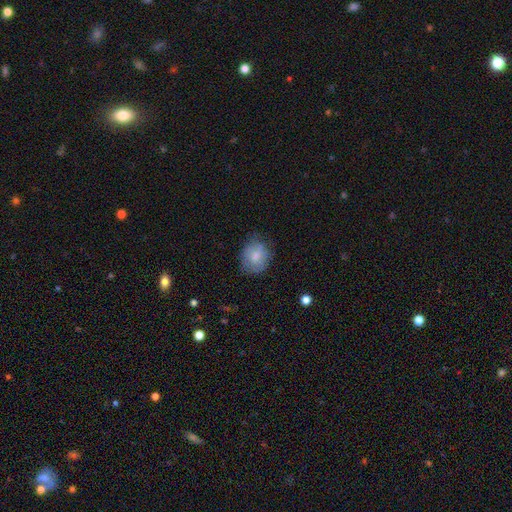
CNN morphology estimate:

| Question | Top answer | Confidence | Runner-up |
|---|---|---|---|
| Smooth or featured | smooth | 75% | featured or disk (17%) |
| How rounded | round | 63% | in between (36%) |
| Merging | none | 68% | minor disturbance (24%) |